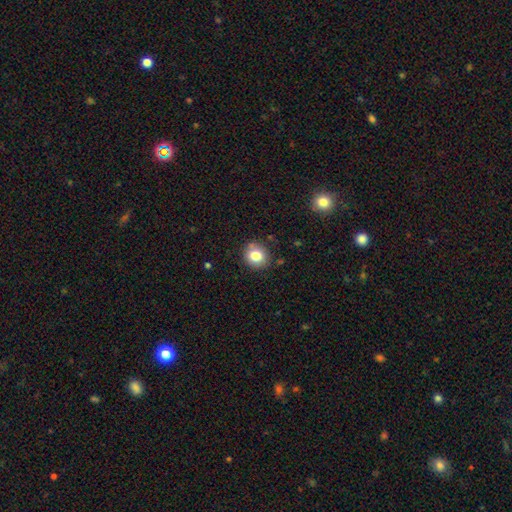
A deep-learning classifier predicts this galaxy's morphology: This appears to be a smooth galaxy with no disk features (80%) that is round (82%). Merging: none (85%).